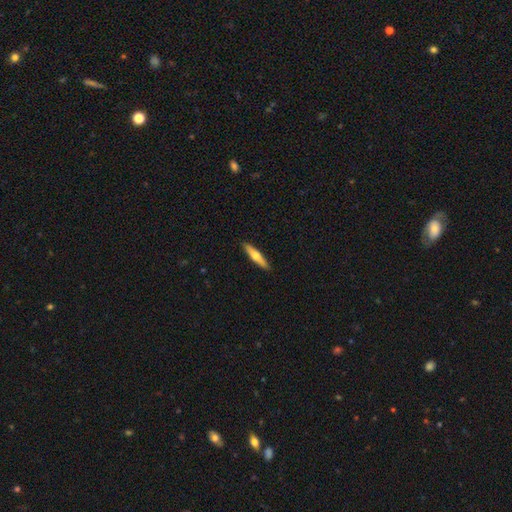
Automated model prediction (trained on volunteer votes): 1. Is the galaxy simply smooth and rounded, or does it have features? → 49% featured or disk, 46% smooth, 5% star or artifact.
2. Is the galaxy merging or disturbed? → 92% none, 6% minor disturbance, 1% major disturbance, 1% merger.